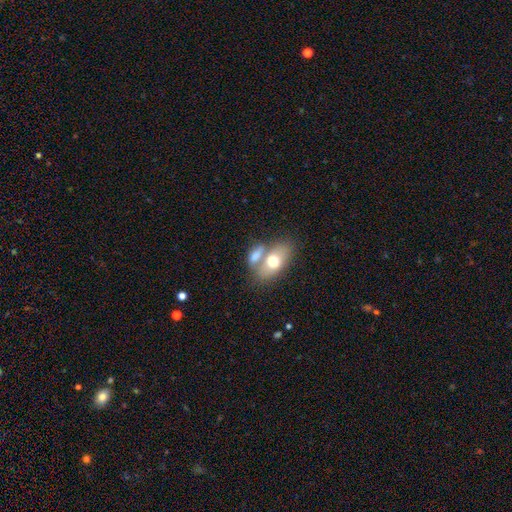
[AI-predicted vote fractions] This appears to be a smooth galaxy with no disk features (68%) that is in between round and cigar-shaped (85%). Merging: merger (54%).